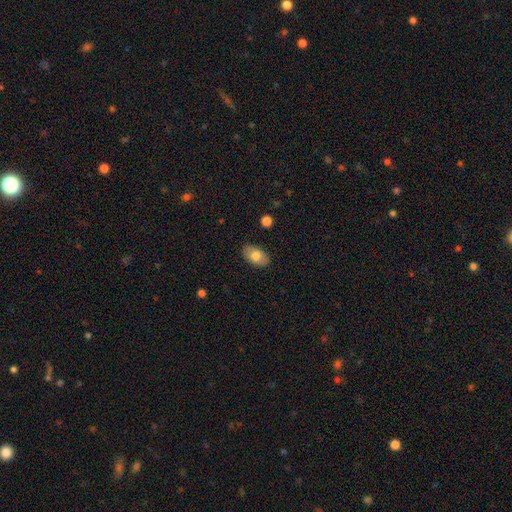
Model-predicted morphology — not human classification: Q: Smooth or featured?
A: smooth (77%); runner-up: featured or disk (17%)
Q: How rounded?
A: in between (92%); runner-up: round (7%)
Q: Merging?
A: none (86%); runner-up: minor disturbance (10%)